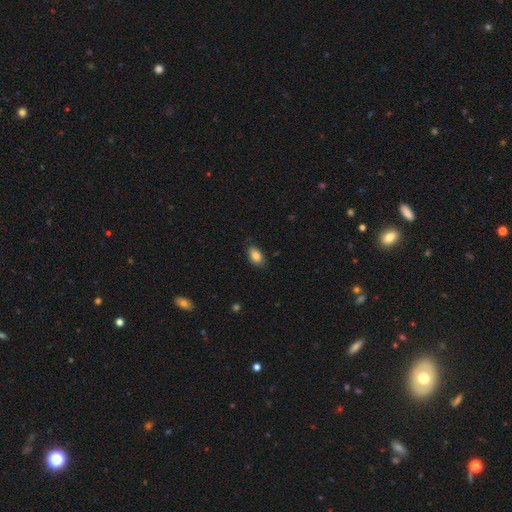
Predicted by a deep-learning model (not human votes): This is clearly a smooth galaxy (84%). How rounded: clearly in between (91%). Merging: clearly none (81%).